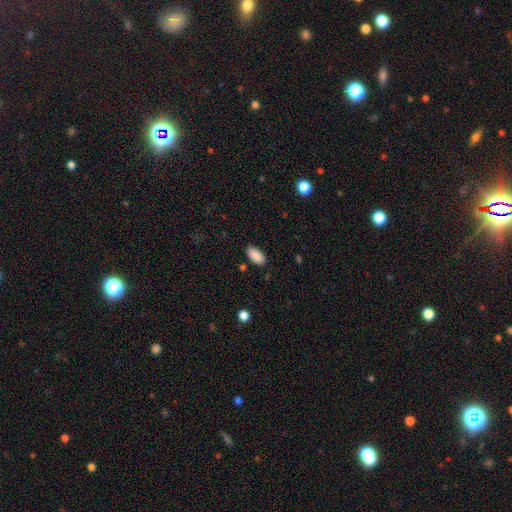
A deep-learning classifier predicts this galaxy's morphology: Overall: smooth (90%). How rounded: in between (92%). Merging: none (86%).